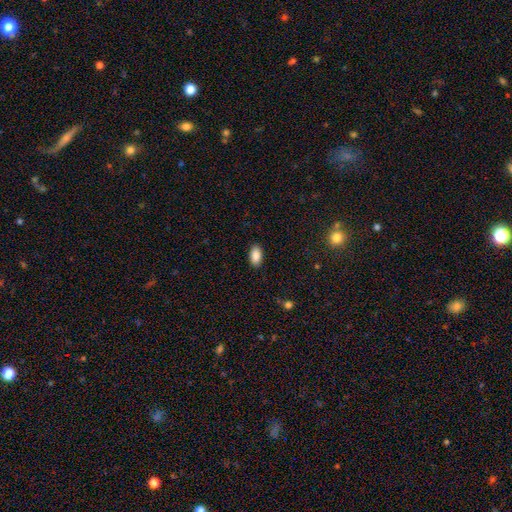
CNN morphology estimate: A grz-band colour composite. It shows a smooth galaxy with no disk features (88%) that is in between round and cigar-shaped (94%). Merging: none (88%).